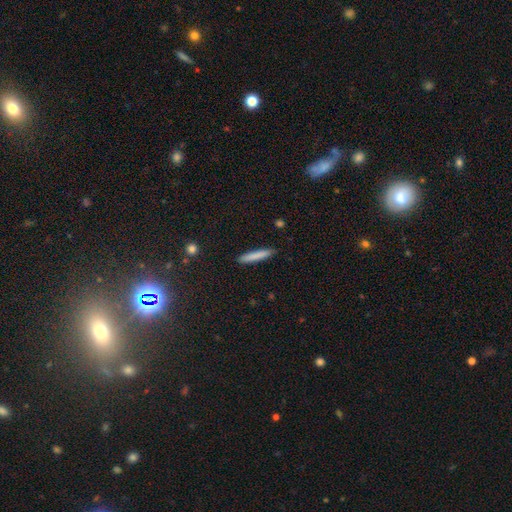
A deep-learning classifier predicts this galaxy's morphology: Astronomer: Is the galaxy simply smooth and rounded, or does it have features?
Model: smooth — 82%.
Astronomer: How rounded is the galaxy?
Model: cigar-shaped — 93%.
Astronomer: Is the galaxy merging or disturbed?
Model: none — 89%.